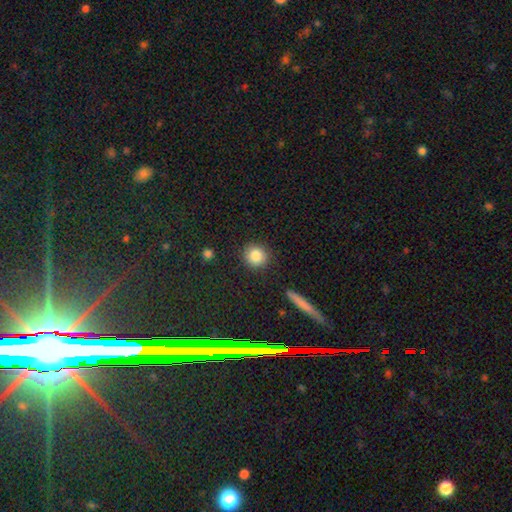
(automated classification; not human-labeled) The model was most divided on "smooth or featured": smooth: 85%, star or artifact: 9%, featured or disk: 6%. More confident: how rounded — round (90%); merging — none (89%).